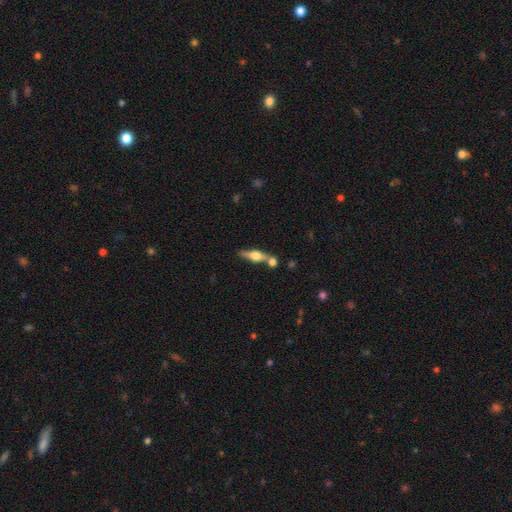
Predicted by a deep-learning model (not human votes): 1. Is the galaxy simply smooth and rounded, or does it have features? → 59% featured or disk, 34% smooth, 7% star or artifact.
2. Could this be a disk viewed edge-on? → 93% yes, 7% no.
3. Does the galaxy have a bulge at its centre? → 92% rounded, 6% boxy, 2% none.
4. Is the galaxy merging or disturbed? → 63% none, 22% merger, 11% minor disturbance, 4% major disturbance.